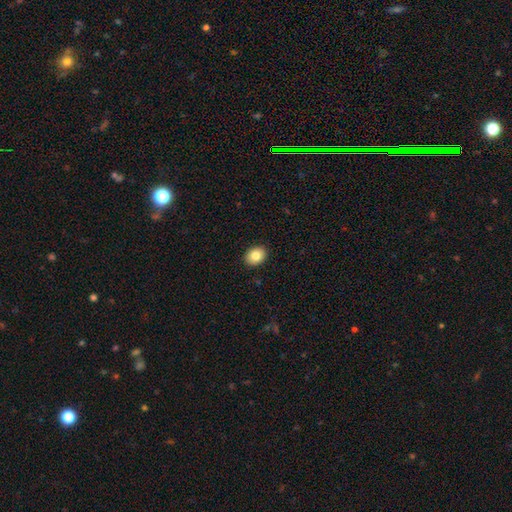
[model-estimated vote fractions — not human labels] This appears to be a smooth galaxy with no disk features (83%) that is in between round and cigar-shaped (57%). Merging: none (91%).